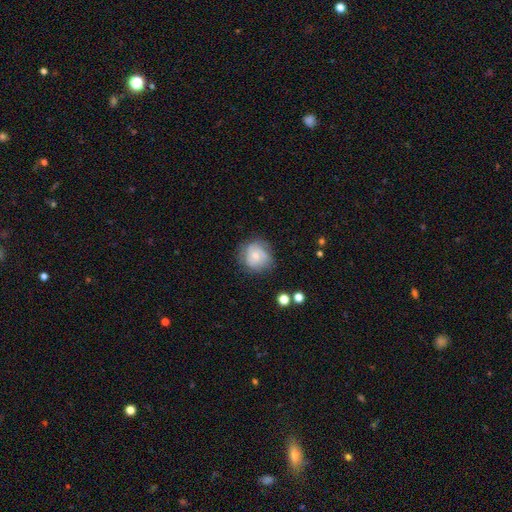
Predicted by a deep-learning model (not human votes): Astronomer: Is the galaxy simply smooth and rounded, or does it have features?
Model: smooth — 58% (runner-up: featured or disk, 34%).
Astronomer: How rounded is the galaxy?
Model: round — 86%.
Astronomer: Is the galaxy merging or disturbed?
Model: none — 66%.